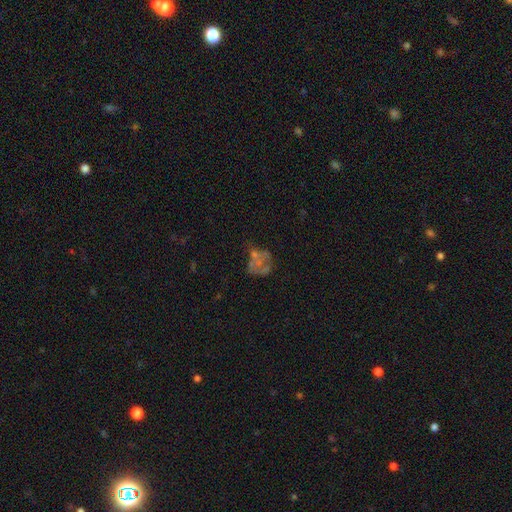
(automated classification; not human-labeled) Q: Smooth or featured?
A: featured or disk (47%); runner-up: smooth (28%)
Q: Merging?
A: none (38%); runner-up: major disturbance (27%)